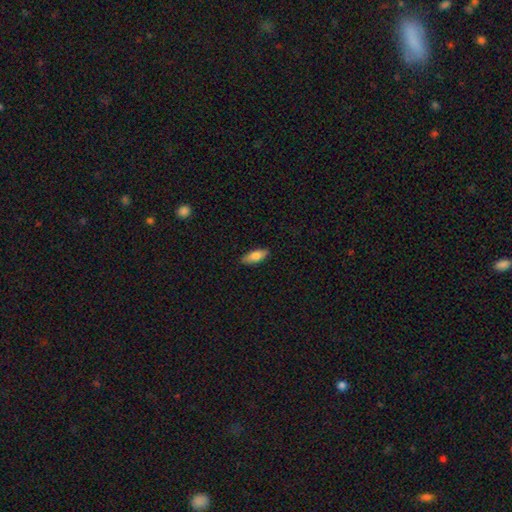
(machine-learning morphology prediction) A smooth galaxy with no disk features (78%) that is in between round and cigar-shaped (70%). Merging: none (86%).